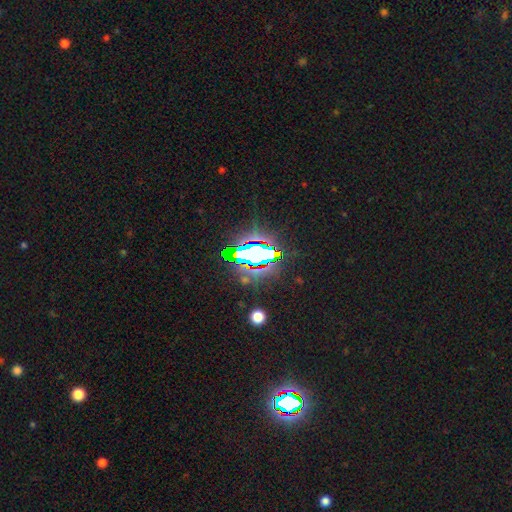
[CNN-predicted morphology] The model was most divided on "smooth or featured": star or artifact: 65%, smooth: 19%, featured or disk: 16%.